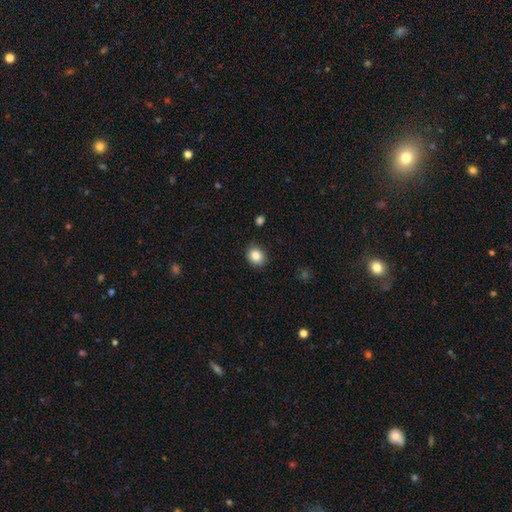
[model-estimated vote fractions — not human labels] A smooth galaxy with no disk features (85%) that is round (63%).

Vote fractions:
- Smooth or featured? smooth: 85% / star or artifact: 9% / featured or disk: 5%
- How rounded? round: 63% / in between: 36% / cigar-shaped: 1%
- Merging? none: 88% / minor disturbance: 9% / major disturbance: 2% / merger: 1%